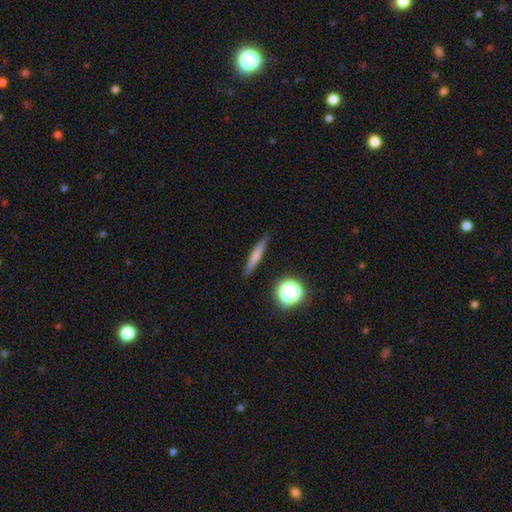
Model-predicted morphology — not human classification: Smooth or featured? smooth (64%)
How rounded? cigar-shaped (89%)
Merging? none (87%)